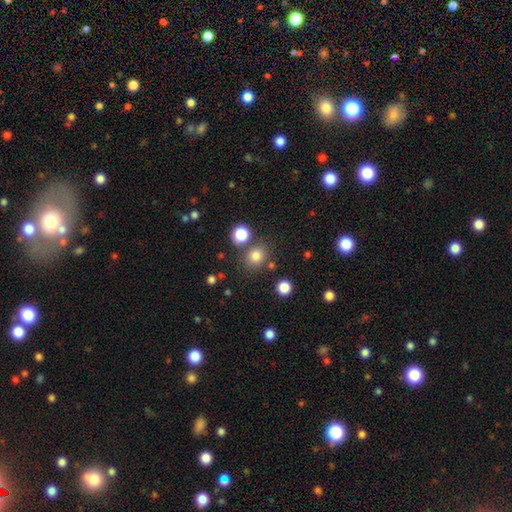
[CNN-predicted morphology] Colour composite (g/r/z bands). It shows a smooth galaxy with no disk features (79%) that is round (80%). Merging: none (76%).